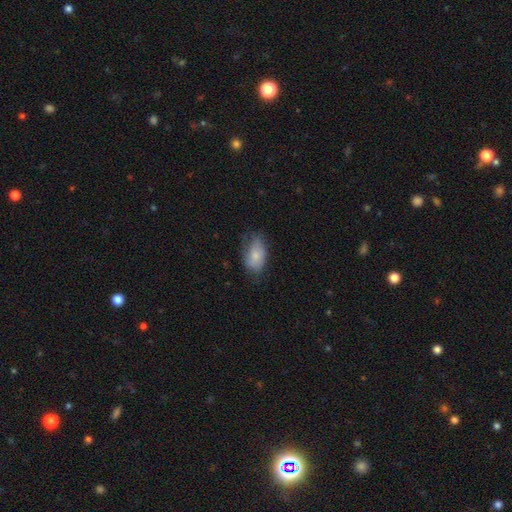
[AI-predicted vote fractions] smooth 76%, featured or disk 16%, star or artifact 7%. Down the decision tree: how rounded — in between (89%); merging — none (53%).